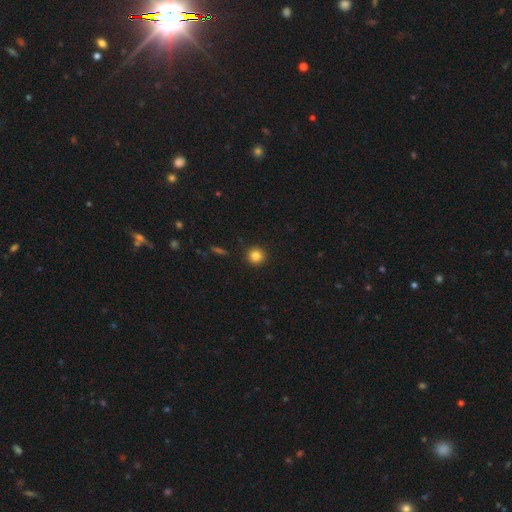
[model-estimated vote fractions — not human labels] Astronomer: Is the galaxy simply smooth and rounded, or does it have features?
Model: smooth — 84%.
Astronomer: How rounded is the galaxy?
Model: round — 94%.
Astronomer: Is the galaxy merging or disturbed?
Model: none — 93%.